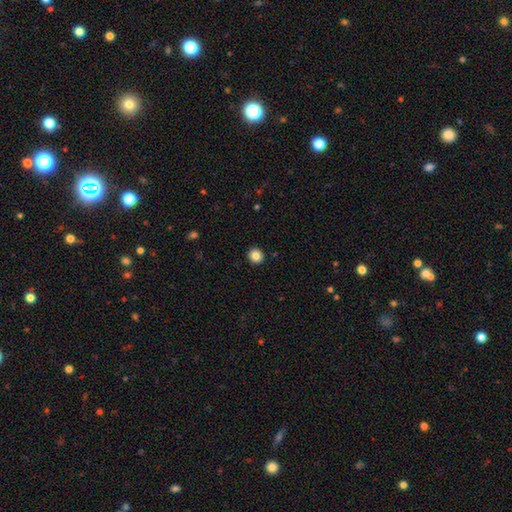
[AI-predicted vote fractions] This is clearly a smooth galaxy (85%). How rounded: clearly round (92%). Merging: clearly none (93%).